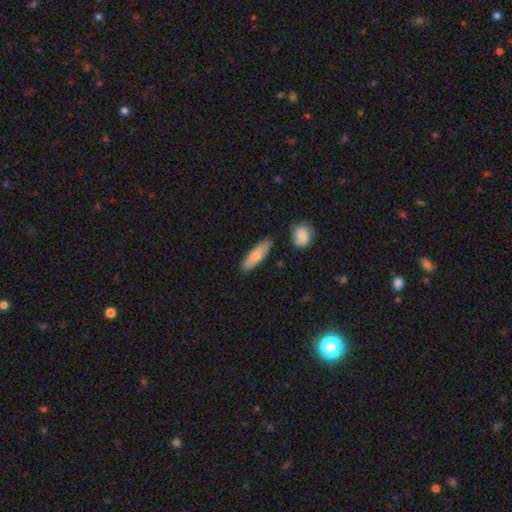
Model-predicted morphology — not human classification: Smooth or featured: smooth — 69% (featured or disk — 25%)
How rounded: cigar-shaped — 51% (in between — 46%)
Merging: none — 84% (minor disturbance — 11%)